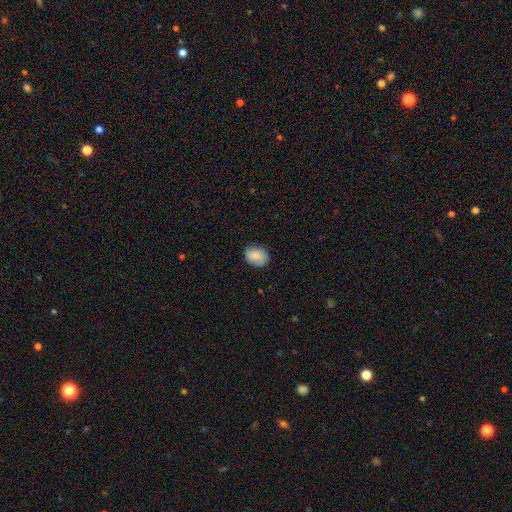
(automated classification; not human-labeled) Morphology: type=smooth (82%); roundness=in between (63%); merging=none (78%).